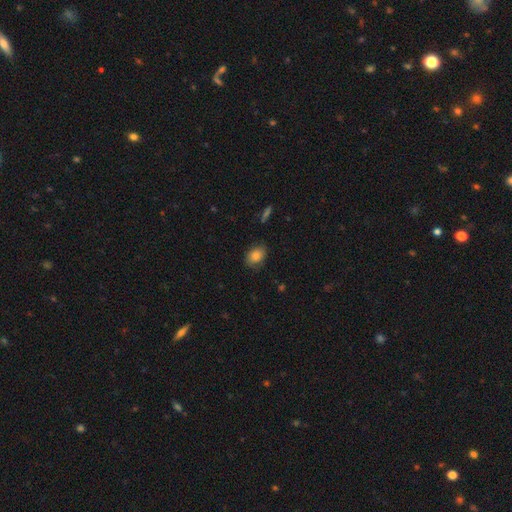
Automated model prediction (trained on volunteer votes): Smooth or featured? Predicted: smooth (p=0.82). How rounded? Predicted: in between (p=0.73). Merging? Predicted: none (p=0.78).